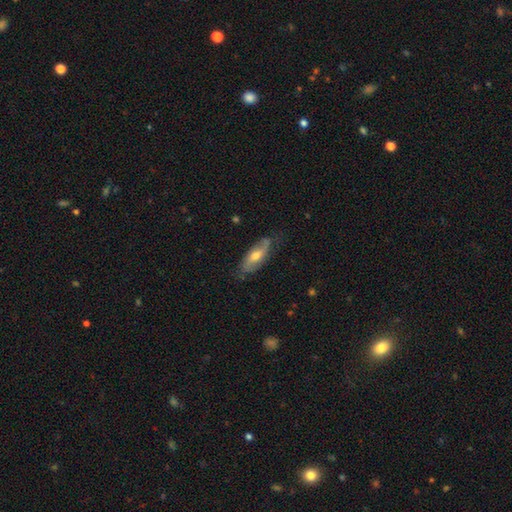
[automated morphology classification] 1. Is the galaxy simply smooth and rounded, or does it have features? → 55% featured or disk, 38% smooth, 6% star or artifact.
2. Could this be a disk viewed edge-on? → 77% no, 23% yes.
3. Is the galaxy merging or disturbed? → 69% none, 23% minor disturbance, 7% major disturbance, 2% merger.